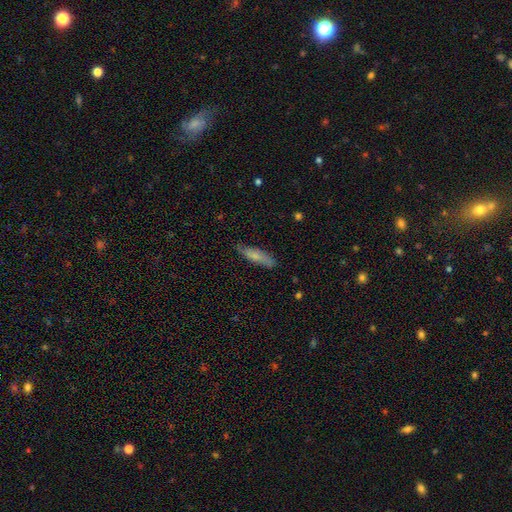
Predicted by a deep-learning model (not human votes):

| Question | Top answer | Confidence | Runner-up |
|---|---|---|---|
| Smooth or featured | smooth | 67% | featured or disk (27%) |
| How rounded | cigar-shaped | 74% | in between (25%) |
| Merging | none | 77% | minor disturbance (18%) |